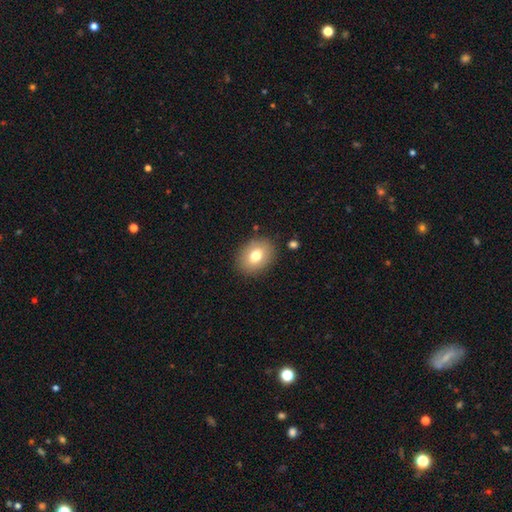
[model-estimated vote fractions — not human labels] This appears to be a smooth galaxy with no disk features (74%) that is in between round and cigar-shaped (62%). Merging: none (86%).